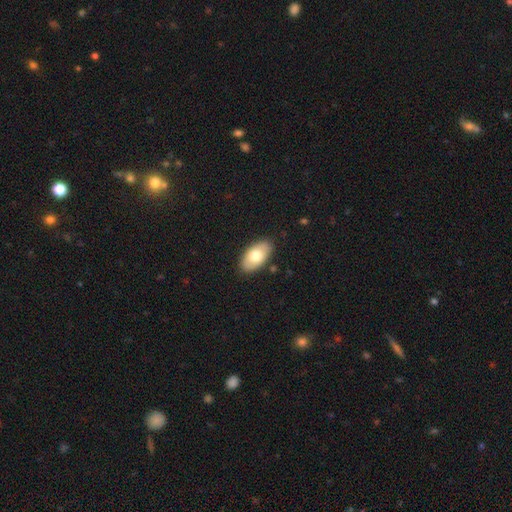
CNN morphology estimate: smooth_or_featured: smooth (p=0.72) [alt: featured or disk p=0.22]
how_rounded: in between (p=0.94) [alt: round p=0.03]
merging: none (p=0.87) [alt: minor disturbance p=0.10]